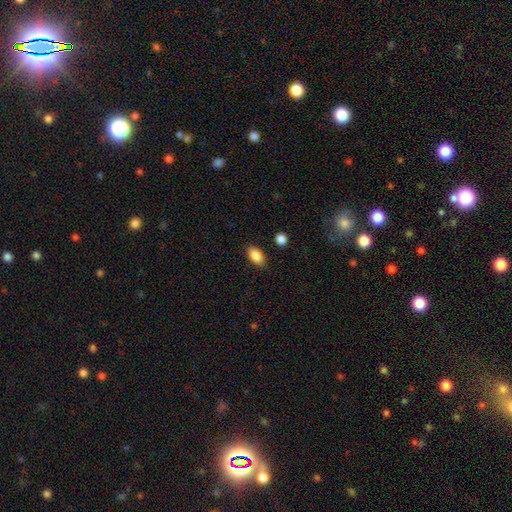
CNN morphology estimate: smooth 88%, star or artifact 7%, featured or disk 4%. Down the decision tree: how rounded — in between (91%); merging — none (85%).